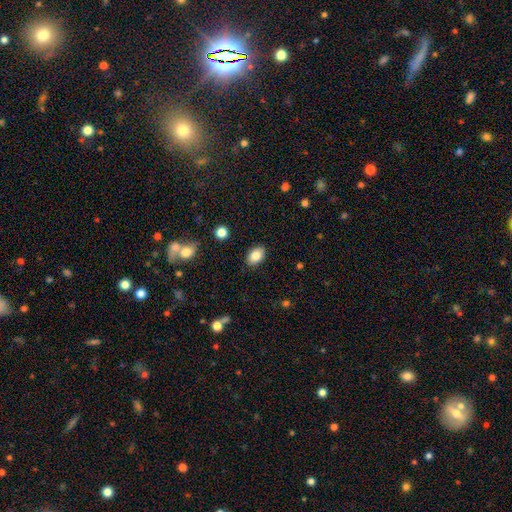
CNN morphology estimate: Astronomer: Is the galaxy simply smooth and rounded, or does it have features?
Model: smooth — 85%.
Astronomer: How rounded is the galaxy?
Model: in between — 82%.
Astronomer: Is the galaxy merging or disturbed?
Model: none — 88%.